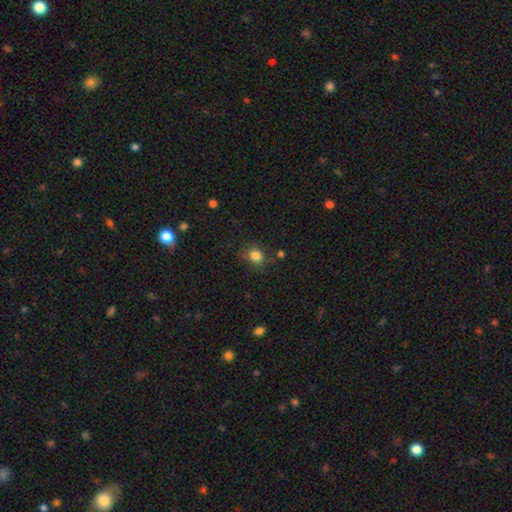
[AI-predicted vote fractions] Morphology: type=smooth (82%); roundness=round (64%); merging=none (76%).